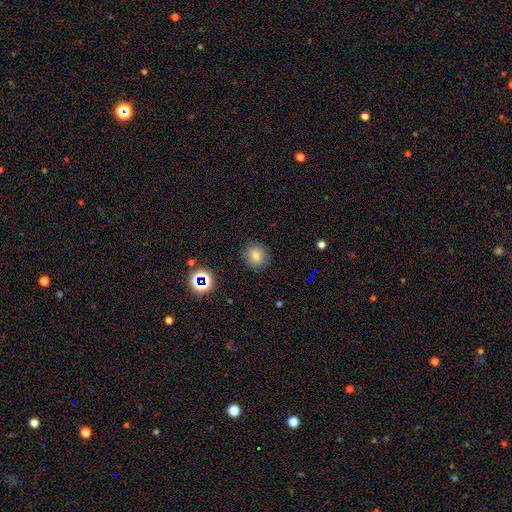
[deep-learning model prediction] Smooth or featured? Predicted: smooth (p=0.77). How rounded? Predicted: round (p=0.86). Merging? Predicted: none (p=0.87).